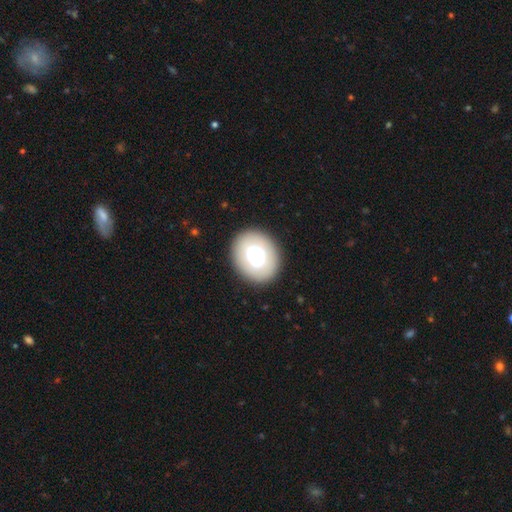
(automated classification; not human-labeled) The model was most divided on "how rounded": round: 61%, in between: 39%, cigar-shaped: 1%. More confident: merging — none (82%); smooth or featured — smooth (63%).